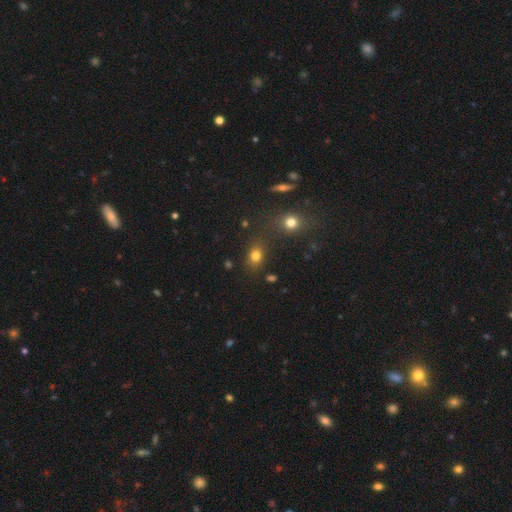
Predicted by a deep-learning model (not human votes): smooth_or_featured: smooth (p=0.77) [alt: star or artifact p=0.16]
how_rounded: in between (p=0.51) [alt: round p=0.47]
merging: none (p=0.71) [alt: minor disturbance p=0.12]